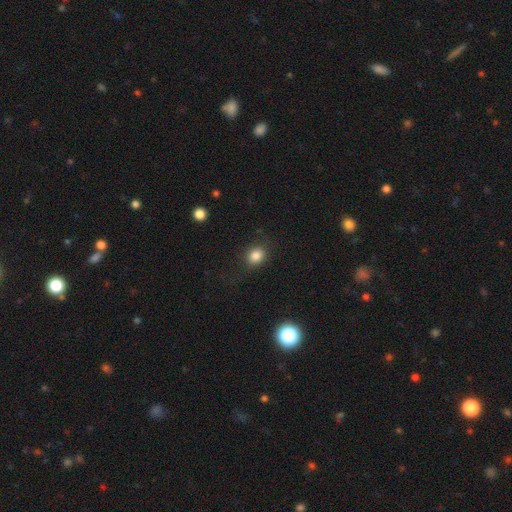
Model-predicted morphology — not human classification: This is clearly a smooth galaxy (84%). How rounded: likely round (62%). Merging: likely none (79%).